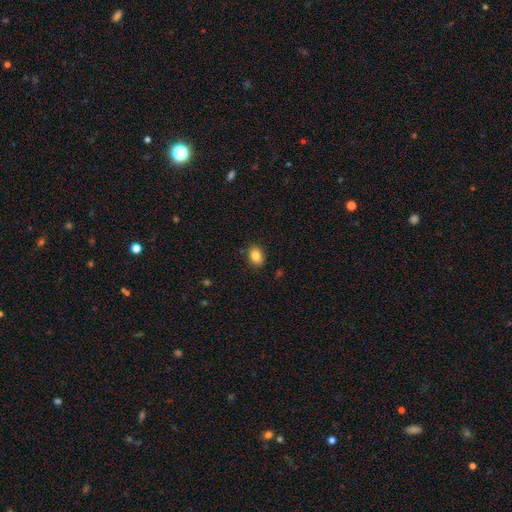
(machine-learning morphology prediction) smooth-or-featured: smooth: 84% | star or artifact: 9% | featured or disk: 7%
  how-rounded: in between: 73% | round: 26% | cigar-shaped: 1%
  merging: none: 86% | minor disturbance: 10% | major disturbance: 2% | merger: 1%